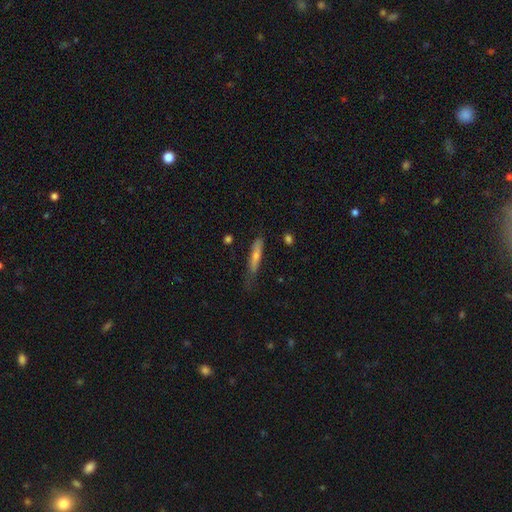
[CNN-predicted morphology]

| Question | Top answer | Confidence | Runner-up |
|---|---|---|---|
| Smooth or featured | smooth | 53% | featured or disk (39%) |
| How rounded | cigar-shaped | 90% | in between (8%) |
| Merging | none | 64% | minor disturbance (27%) |